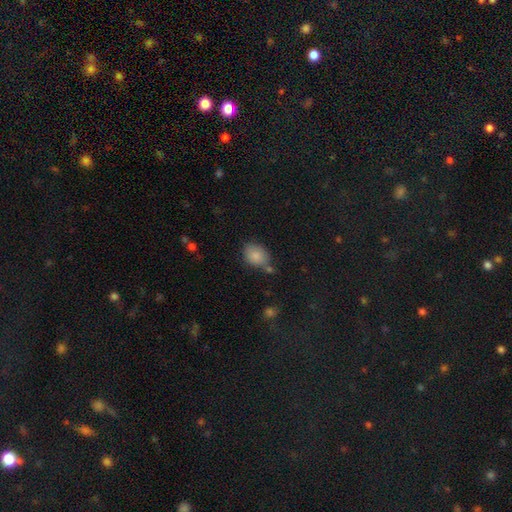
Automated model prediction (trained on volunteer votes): A smooth galaxy with no disk features (85%) that is in between round and cigar-shaped (68%). Merging: none (63%).